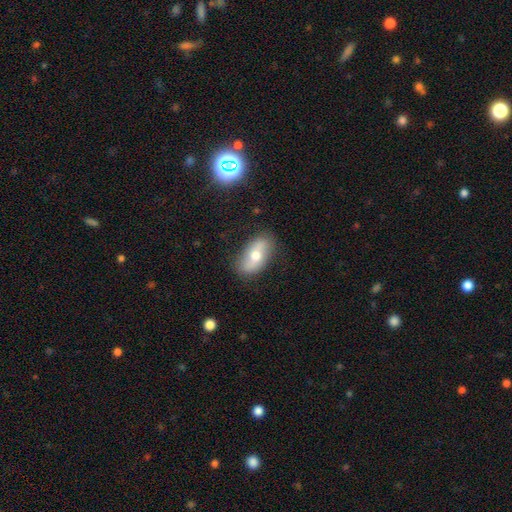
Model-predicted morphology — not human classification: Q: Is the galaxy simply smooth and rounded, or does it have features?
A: smooth — 49%.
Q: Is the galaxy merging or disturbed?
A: none — 81%.